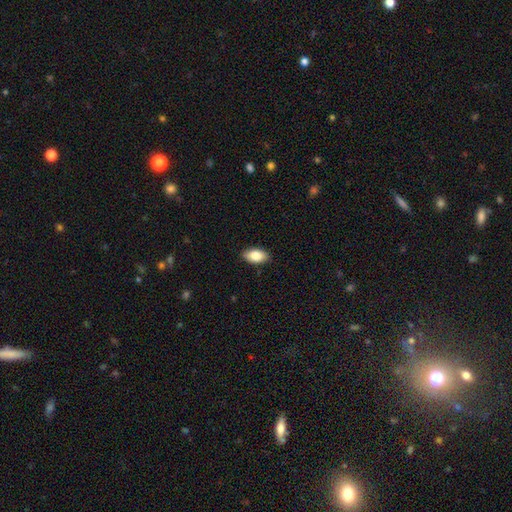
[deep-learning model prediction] Smooth or featured? Predicted: smooth (p=0.83). How rounded? Predicted: in between (p=0.92). Merging? Predicted: none (p=0.88).